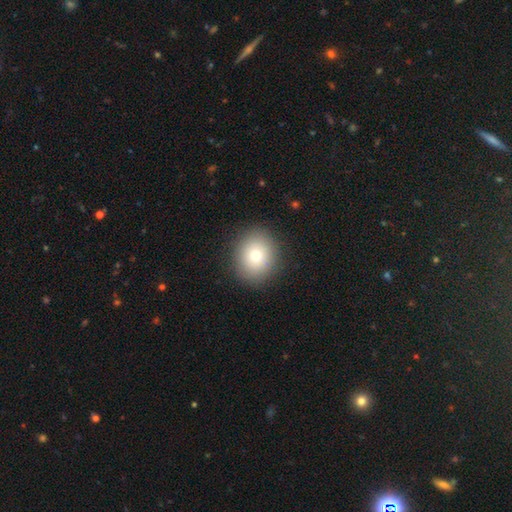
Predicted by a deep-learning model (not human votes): Smooth or featured: smooth — 76% (featured or disk — 12%)
How rounded: round — 77% (in between — 22%)
Merging: none — 89% (minor disturbance — 7%)